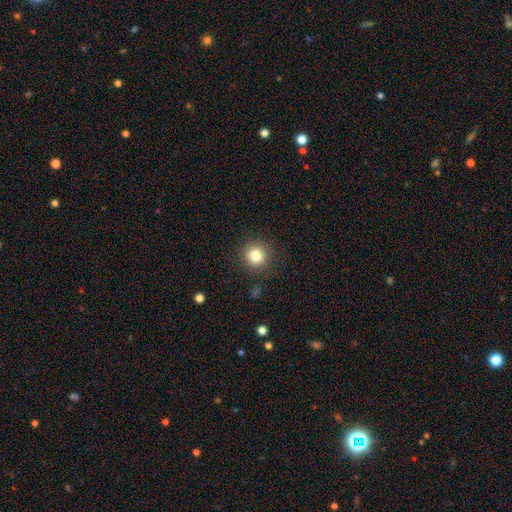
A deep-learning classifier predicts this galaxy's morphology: Smooth or featured: smooth — 81% (star or artifact — 12%)
How rounded: round — 93% (in between — 6%)
Merging: none — 89% (minor disturbance — 7%)